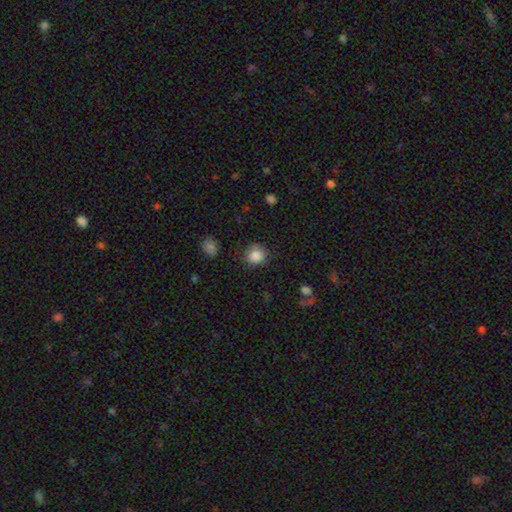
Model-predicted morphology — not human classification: smooth 85%, star or artifact 10%, featured or disk 5%. Down the decision tree: how rounded — round (87%); merging — none (84%).